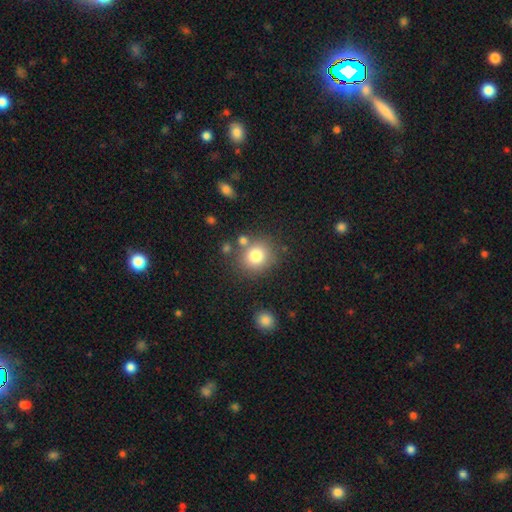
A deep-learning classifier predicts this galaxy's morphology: smooth_or_featured: smooth (p=0.79) [alt: star or artifact p=0.12]
how_rounded: round (p=0.83) [alt: in between p=0.16]
merging: none (p=0.75) [alt: minor disturbance p=0.11]